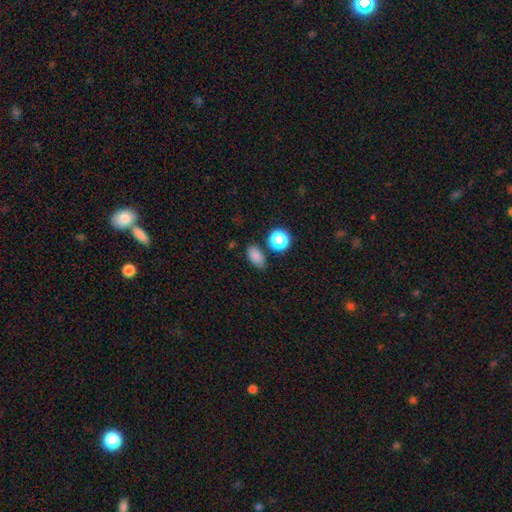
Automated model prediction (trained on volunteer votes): A smooth galaxy with no disk features (81%) that is in between round and cigar-shaped (84%).

Vote fractions:
- Smooth or featured? smooth: 81% / star or artifact: 13% / featured or disk: 6%
- How rounded? in between: 84% / round: 12% / cigar-shaped: 3%
- Merging? none: 78% / minor disturbance: 13% / merger: 6% / major disturbance: 3%